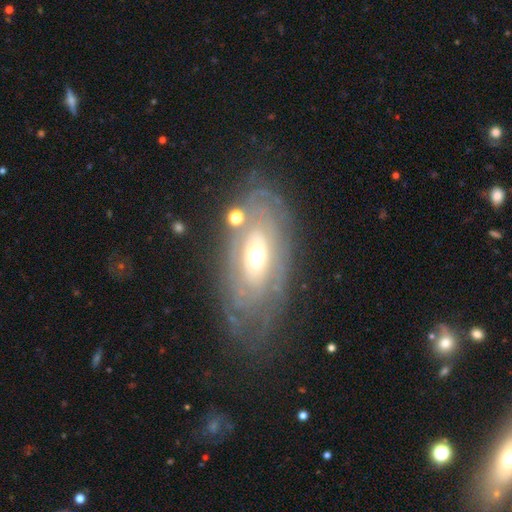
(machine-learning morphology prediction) Smooth or featured: featured or disk — 75% (smooth — 17%)
Edge-on disk: no — 89% (yes — 11%)
Bar: no — 71% (weak — 21%)
Spiral arms: yes — 67% (no — 33%)
Bulge size: moderate — 68% (large — 15%)
Merging: none — 69% (minor disturbance — 18%)